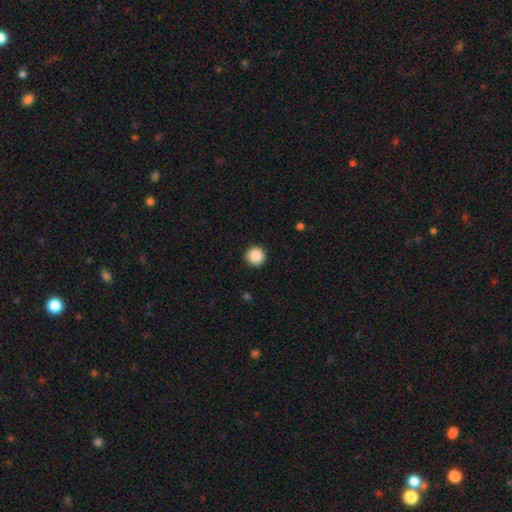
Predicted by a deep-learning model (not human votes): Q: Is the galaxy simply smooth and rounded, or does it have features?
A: smooth — 89%.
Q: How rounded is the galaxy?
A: round — 96%.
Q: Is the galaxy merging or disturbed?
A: none — 93%.